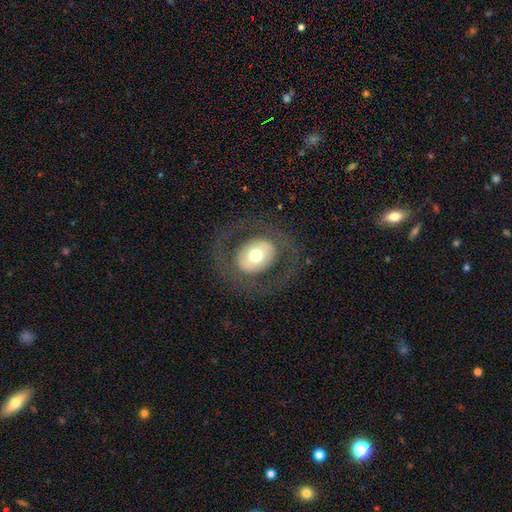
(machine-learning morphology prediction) This is possibly a featured or disk galaxy (48%). Merging: likely none (76%).